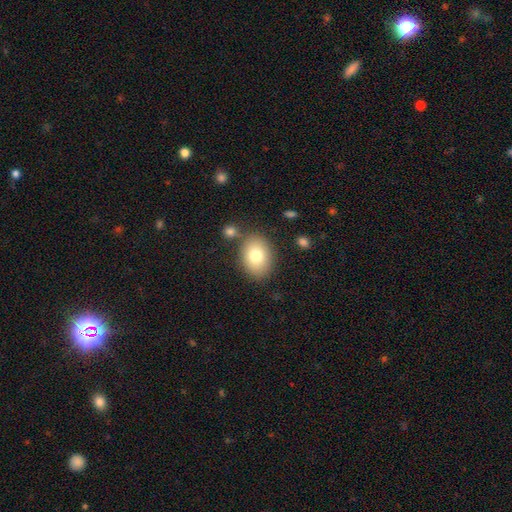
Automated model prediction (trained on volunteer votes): Morphology: type=smooth (77%); roundness=in between (66%); merging=none (78%).